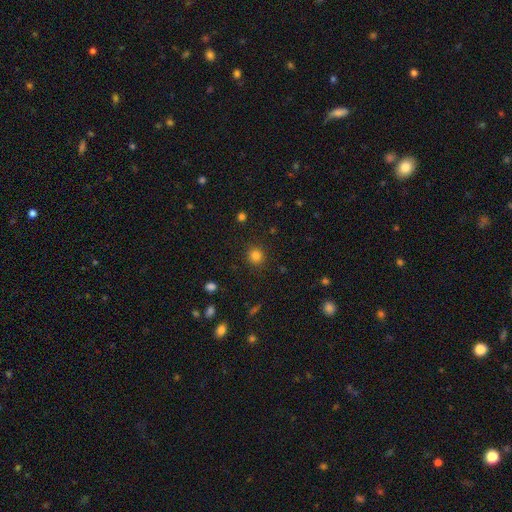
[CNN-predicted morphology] smooth-or-featured: smooth: 82% | star or artifact: 13% | featured or disk: 5%
  how-rounded: round: 90% | in between: 9% | cigar-shaped: 1%
  merging: none: 90% | minor disturbance: 7% | major disturbance: 3% | merger: 1%